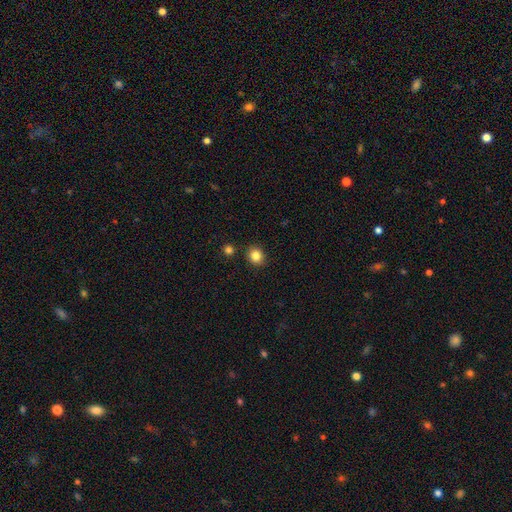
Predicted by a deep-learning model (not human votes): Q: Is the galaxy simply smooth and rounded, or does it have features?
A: smooth — 85%.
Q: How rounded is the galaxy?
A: round — 75%.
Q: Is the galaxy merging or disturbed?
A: none — 88%.